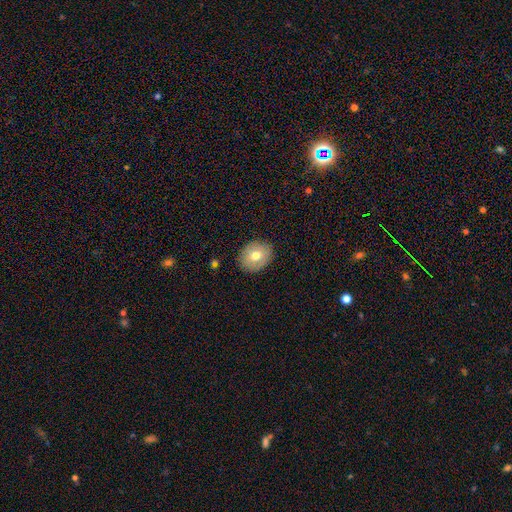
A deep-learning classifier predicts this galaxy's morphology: Smooth or featured?
  - smooth: 71% *
  - featured or disk: 20%
  - star or artifact: 8%
How rounded?
  - round: 57% *
  - in between: 42%
  - cigar-shaped: 1%
Merging?
  - none: 87% *
  - minor disturbance: 9%
  - major disturbance: 2%
  - merger: 1%